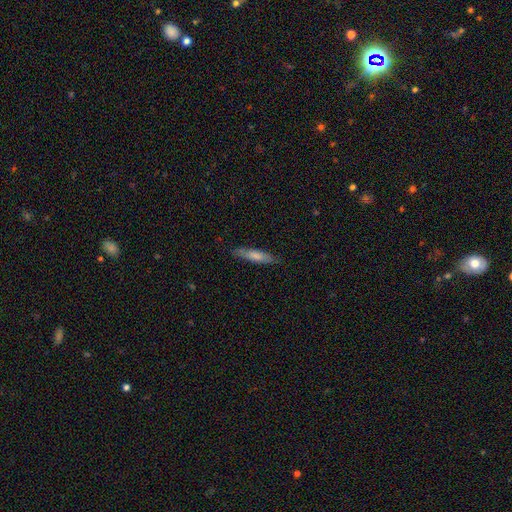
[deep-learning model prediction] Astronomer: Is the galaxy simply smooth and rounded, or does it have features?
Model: smooth — 74%.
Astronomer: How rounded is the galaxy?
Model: cigar-shaped — 77%.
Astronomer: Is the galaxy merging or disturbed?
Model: none — 81%.